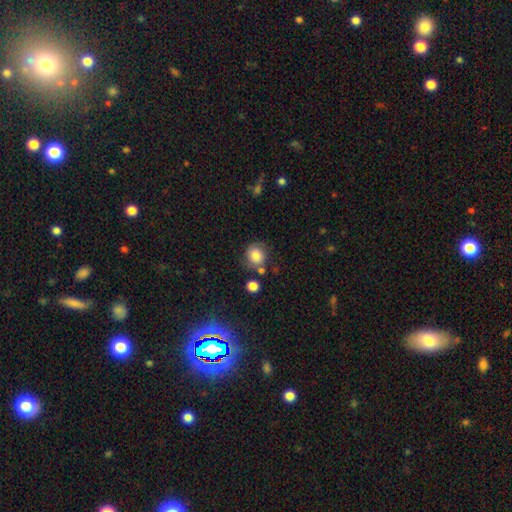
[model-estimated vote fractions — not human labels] Smooth or featured? smooth (79%)
How rounded? round (85%)
Merging? none (68%)